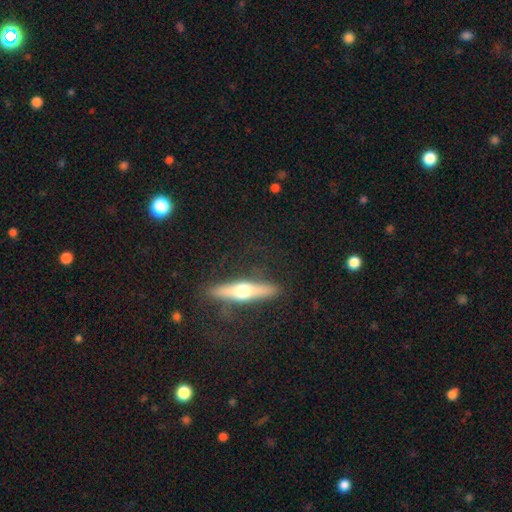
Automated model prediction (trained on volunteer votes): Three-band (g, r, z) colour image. It shows a featured or disk galaxy (70%) viewed edge-on (94%) with a rounded central bulge (92%). Merging: none (85%).